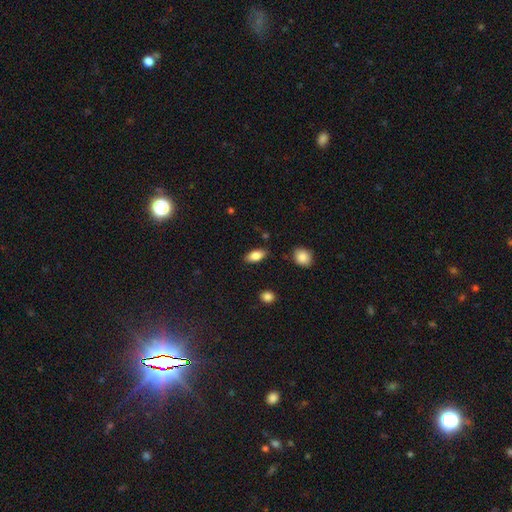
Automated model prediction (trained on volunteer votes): This appears to be a smooth galaxy with no disk features (82%) that is in between round and cigar-shaped (89%). Merging: none (84%).